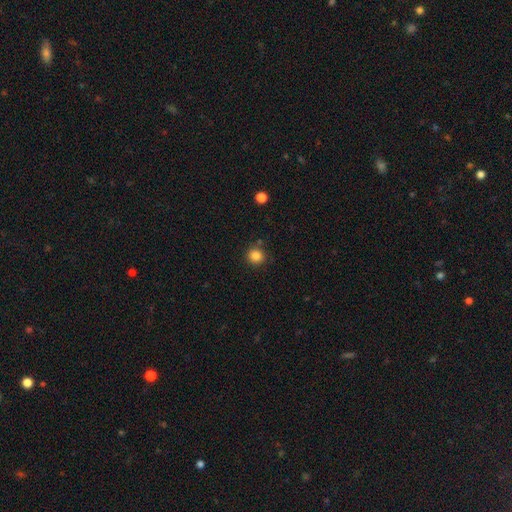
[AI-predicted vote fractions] Overall: smooth (84%). How rounded: round (91%). Merging: none (85%).